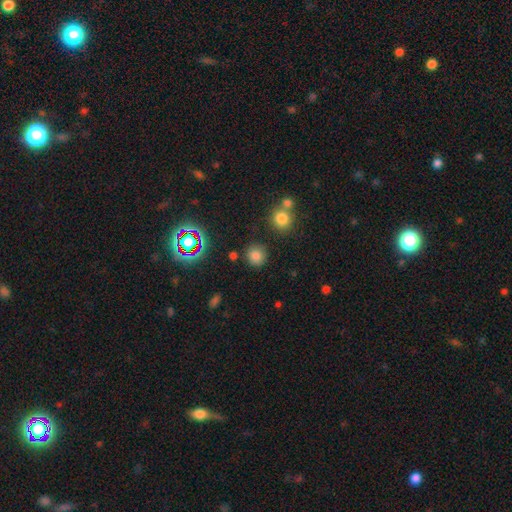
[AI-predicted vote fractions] Overall: smooth (77%). How rounded: round (89%). Merging: none (84%).